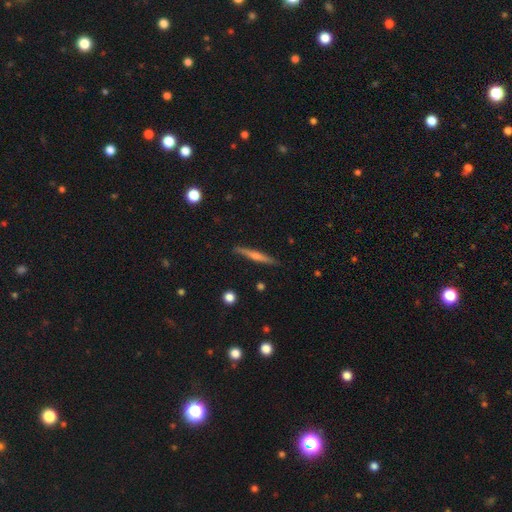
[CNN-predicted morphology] Smooth or featured?
  - featured or disk: 61% *
  - smooth: 32%
  - star or artifact: 7%
Edge-on disk?
  - yes: 98% *
  - no: 2%
Edge-on bulge?
  - rounded: 69% *
  - none: 24%
  - boxy: 8%
Merging?
  - none: 90% *
  - minor disturbance: 7%
  - major disturbance: 1%
  - merger: 1%